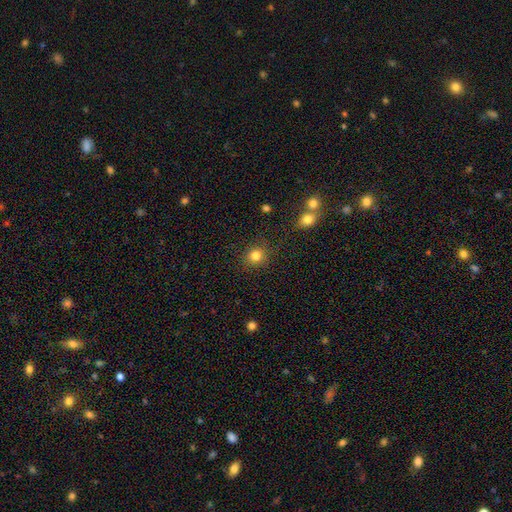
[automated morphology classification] This appears to be a smooth galaxy with no disk features (83%) that is round (86%). Merging: none (86%).